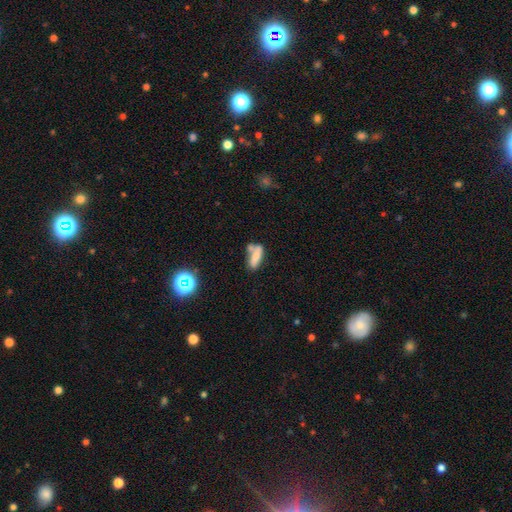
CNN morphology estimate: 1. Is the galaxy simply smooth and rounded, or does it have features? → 65% smooth, 25% featured or disk, 10% star or artifact.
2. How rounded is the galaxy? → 58% in between, 39% cigar-shaped, 4% round.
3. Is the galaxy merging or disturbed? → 37% none, 34% merger, 19% minor disturbance, 10% major disturbance.